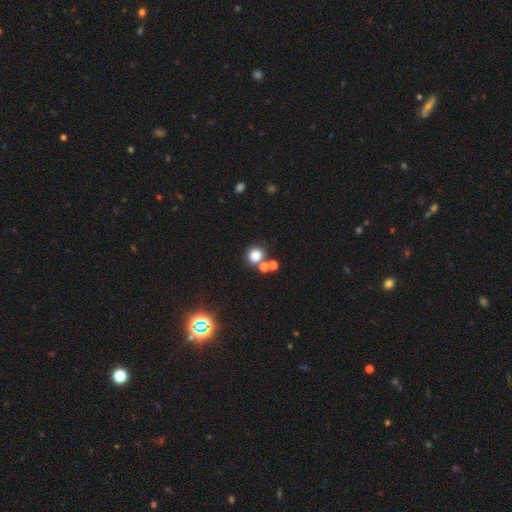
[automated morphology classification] Smooth or featured? Predicted: smooth (p=0.78). How rounded? Predicted: round (p=0.85). Merging? Predicted: none (p=0.64).